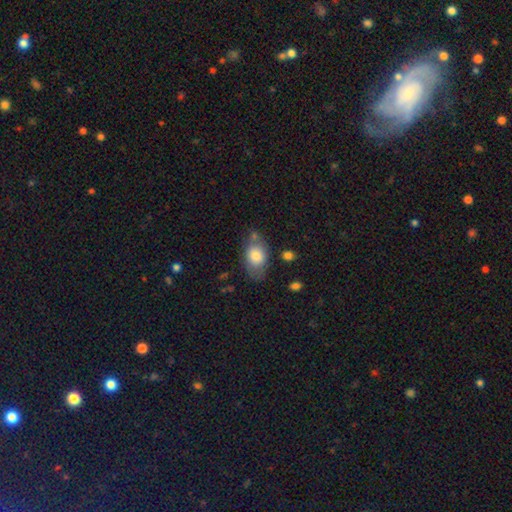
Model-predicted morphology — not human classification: smooth 77%, featured or disk 16%, star or artifact 7%. Down the decision tree: how rounded — in between (86%); merging — none (58%).